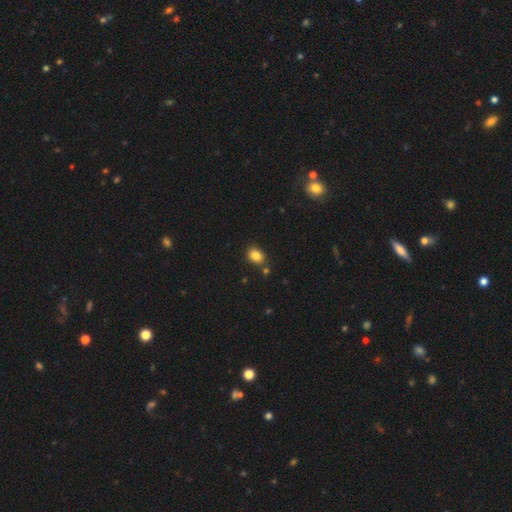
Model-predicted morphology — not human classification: The model was most divided on "how rounded": in between: 59%, round: 40%, cigar-shaped: 1%. More confident: smooth or featured — smooth (84%); merging — none (77%).